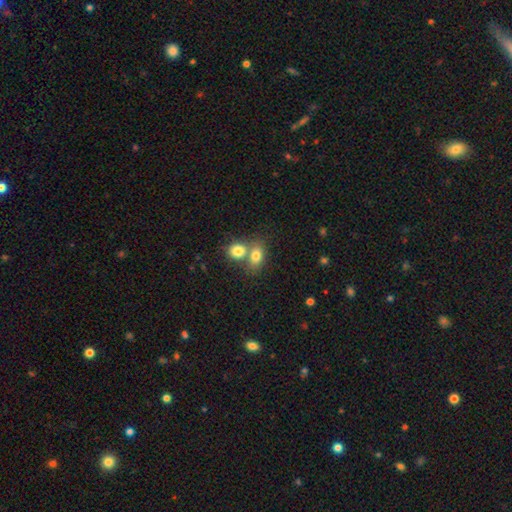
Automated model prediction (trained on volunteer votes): Overall: smooth (79%). How rounded: in between (65%; round 33%). Merging: merger (53%; none 36%).